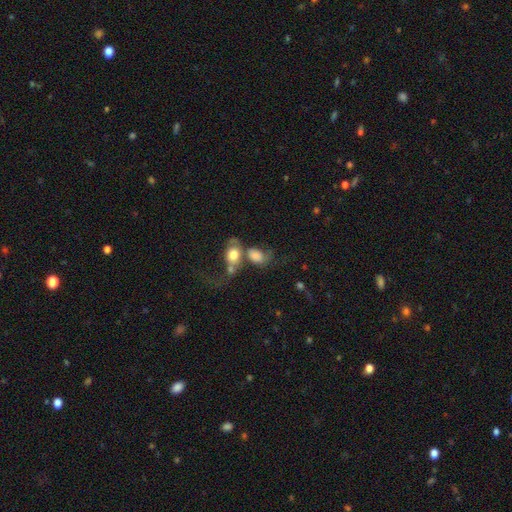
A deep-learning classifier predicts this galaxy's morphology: Smooth or featured?
  - smooth: 67% *
  - featured or disk: 23%
  - star or artifact: 10%
How rounded?
  - in between: 67% *
  - round: 32%
  - cigar-shaped: 2%
Merging?
  - merger: 62% *
  - major disturbance: 17%
  - none: 13%
  - minor disturbance: 8%